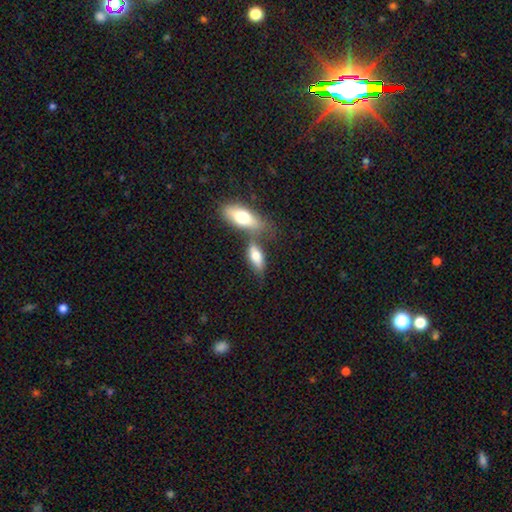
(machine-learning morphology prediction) Smooth or featured? smooth (72%)
How rounded? in between (76%)
Merging? merger (41%, tied with none)